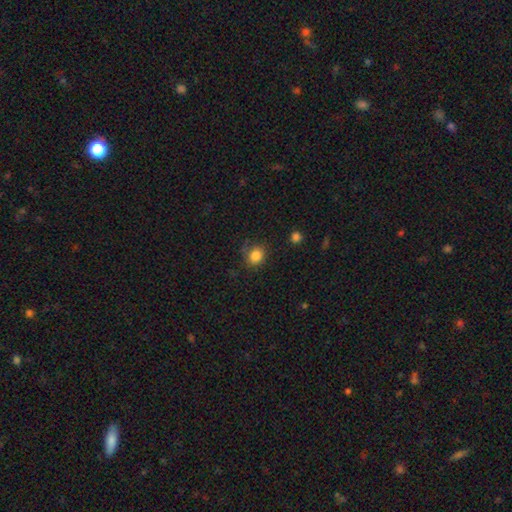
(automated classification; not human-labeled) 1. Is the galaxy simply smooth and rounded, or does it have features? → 84% smooth, 11% star or artifact, 5% featured or disk.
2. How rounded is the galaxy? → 78% round, 21% in between, 1% cigar-shaped.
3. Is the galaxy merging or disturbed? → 80% none, 13% minor disturbance, 4% major disturbance, 2% merger.